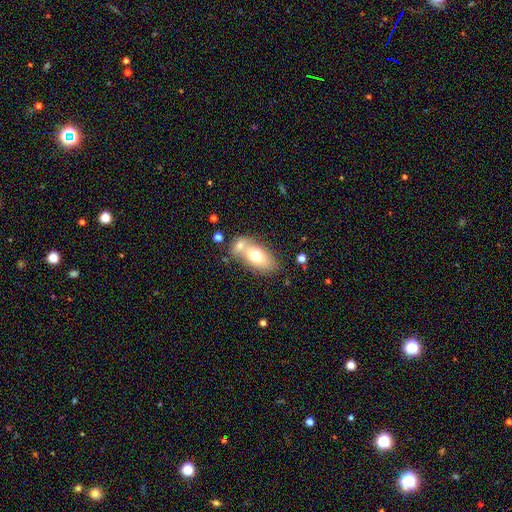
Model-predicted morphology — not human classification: The model was most divided on "merging" (2-way tie): none: 41%, merger: 41%, minor disturbance: 13%, major disturbance: 5%. More confident: how rounded — in between (87%); smooth or featured — smooth (68%).